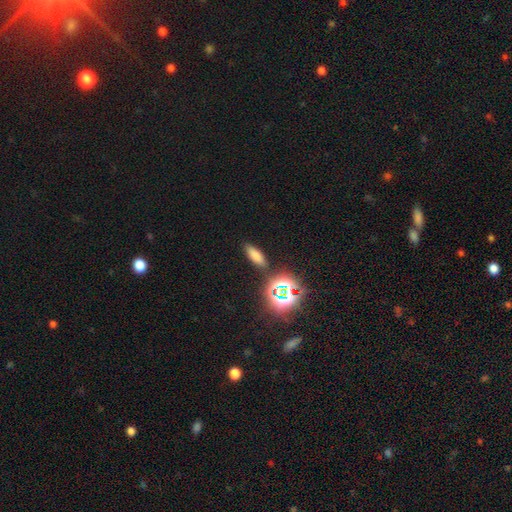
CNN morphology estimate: Overall: smooth (69%). How rounded: in between (57%; cigar-shaped 36%). Merging: none (85%).